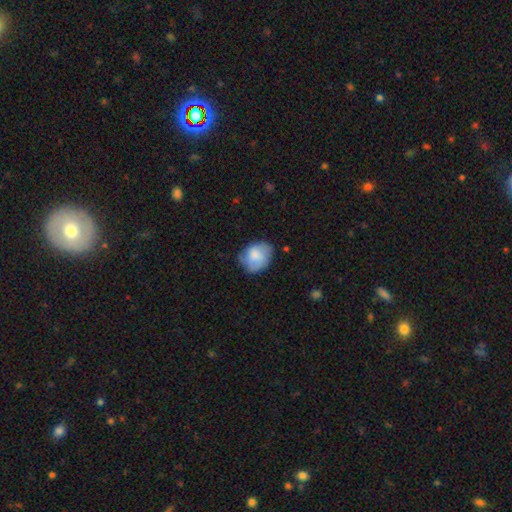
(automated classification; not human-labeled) This appears to be a smooth galaxy with no disk features (70%) that is in between round and cigar-shaped (52%). Merging: none (57%).